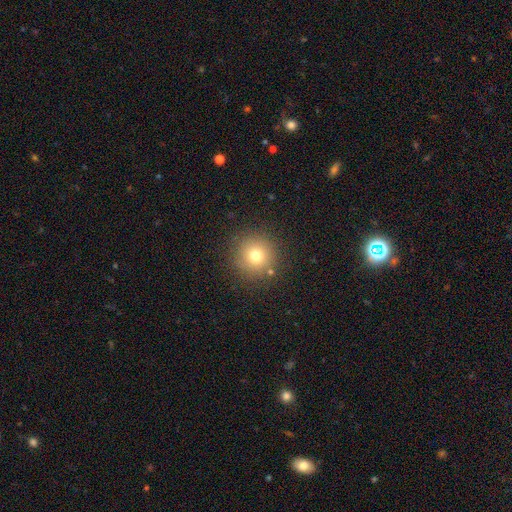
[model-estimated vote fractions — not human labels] A smooth galaxy with no disk features (74%) that is round (95%). Merging: none (86%).